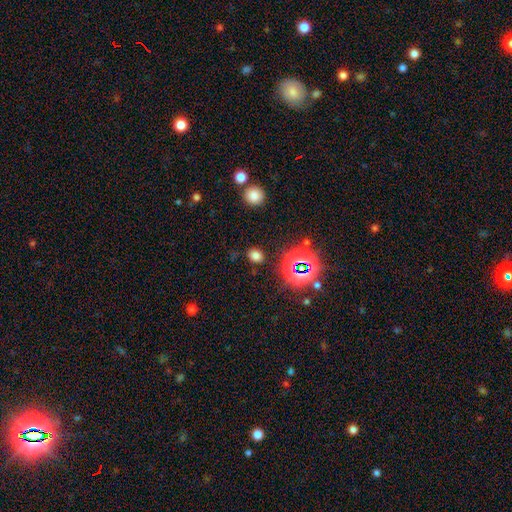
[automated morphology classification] Q: Smooth or featured?
A: smooth (69%); runner-up: star or artifact (25%)
Q: How rounded?
A: round (52%); runner-up: in between (47%)
Q: Merging?
A: none (85%); runner-up: minor disturbance (9%)